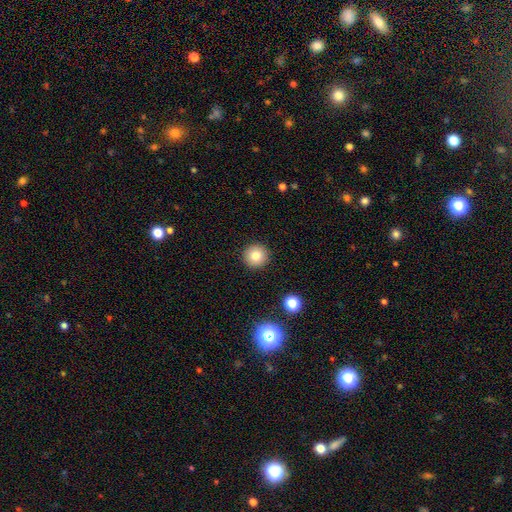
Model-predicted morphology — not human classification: type=smooth (80%); roundness=round (95%); merging=none (92%).